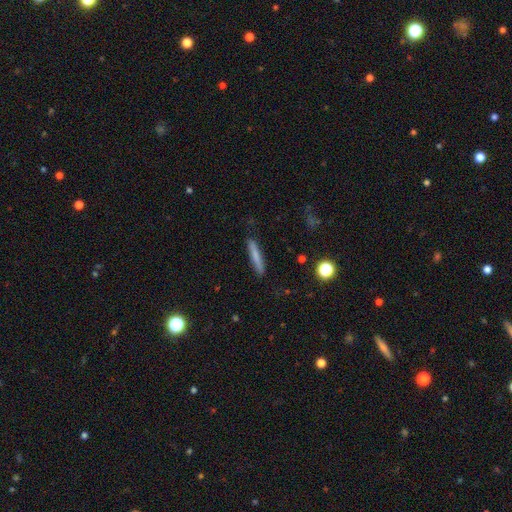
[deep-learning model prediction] The model was most divided on "smooth or featured": smooth: 72%, featured or disk: 20%, star or artifact: 7%. More confident: how rounded — cigar-shaped (94%); merging — none (88%).